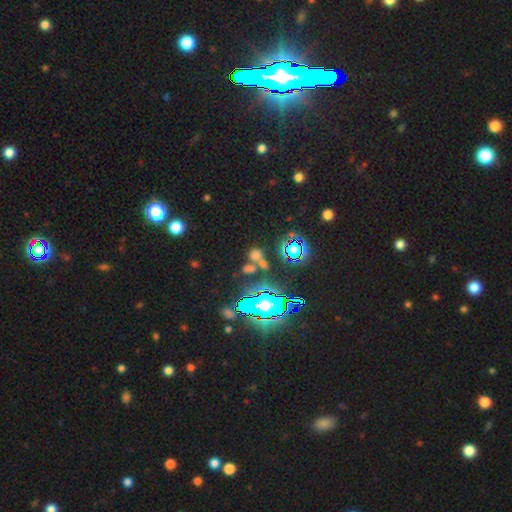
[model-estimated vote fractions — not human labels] Smooth or featured: star or artifact — 45% (tied with smooth — 45%)